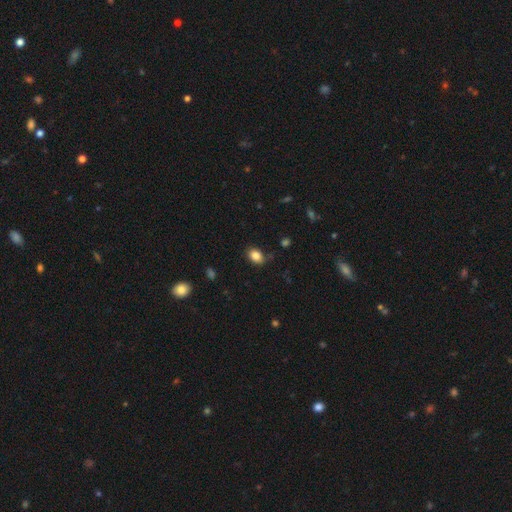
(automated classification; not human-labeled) The model was most divided on "how rounded": in between: 70%, round: 29%, cigar-shaped: 1%. More confident: smooth or featured — smooth (85%); merging — none (81%).